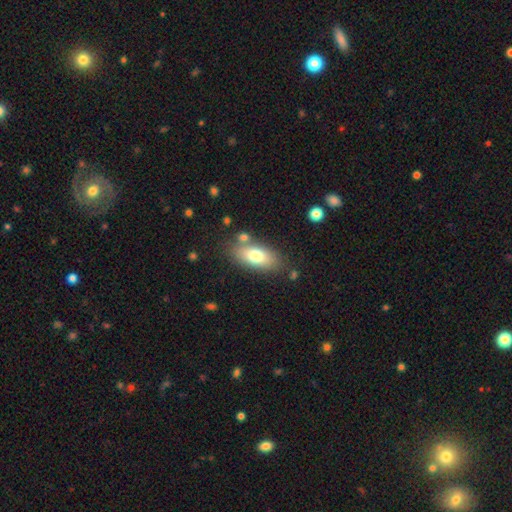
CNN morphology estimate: This is likely a smooth galaxy (75%). How rounded: clearly in between (87%). Merging: likely none (76%).